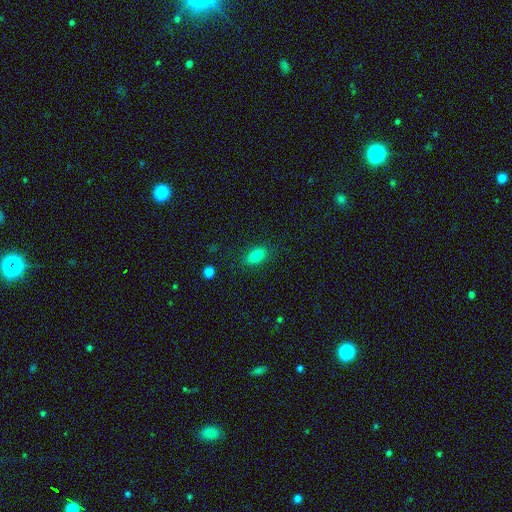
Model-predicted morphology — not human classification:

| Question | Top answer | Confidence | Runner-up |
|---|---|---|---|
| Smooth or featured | smooth | 84% | star or artifact (9%) |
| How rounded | in between | 87% | cigar-shaped (7%) |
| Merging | none | 84% | minor disturbance (11%) |